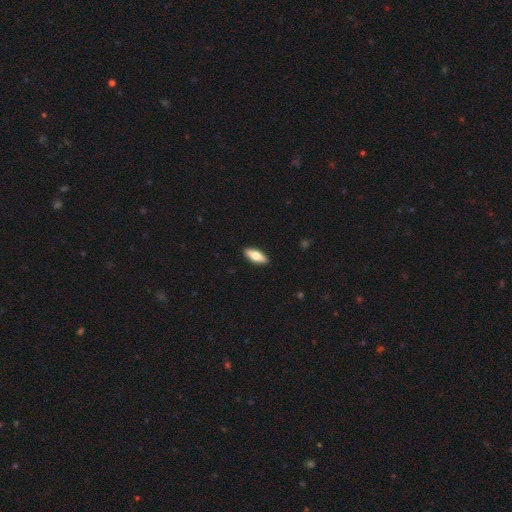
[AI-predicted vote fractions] This is likely a smooth galaxy (68%). How rounded: likely in between (70%). Merging: clearly none (90%).